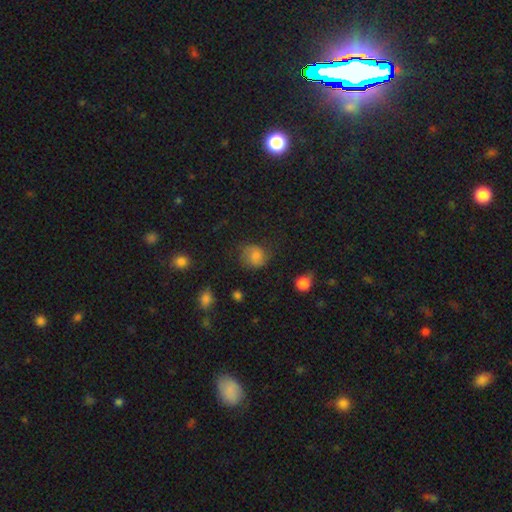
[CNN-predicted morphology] Q: Smooth or featured?
A: smooth (71%); runner-up: featured or disk (17%)
Q: How rounded?
A: round (76%); runner-up: in between (23%)
Q: Merging?
A: none (63%); runner-up: minor disturbance (24%)